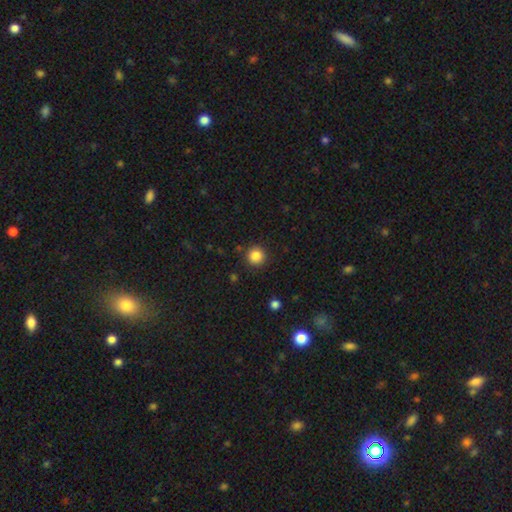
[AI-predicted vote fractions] A smooth galaxy with no disk features (86%) that is round (94%). Merging: none (90%).